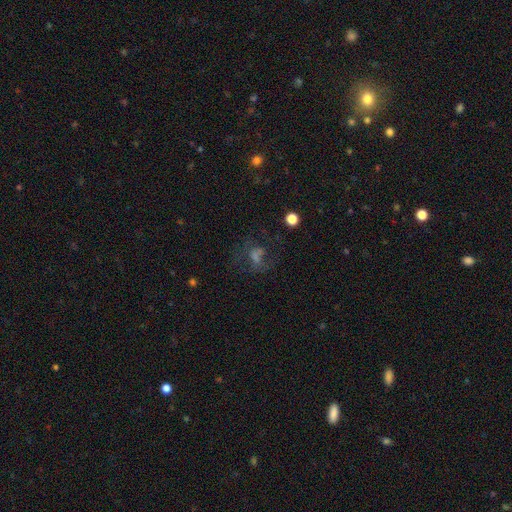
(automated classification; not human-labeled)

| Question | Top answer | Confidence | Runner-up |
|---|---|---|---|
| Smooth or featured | featured or disk | 37% | smooth (33%) |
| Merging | none | 51% | major disturbance (27%) |